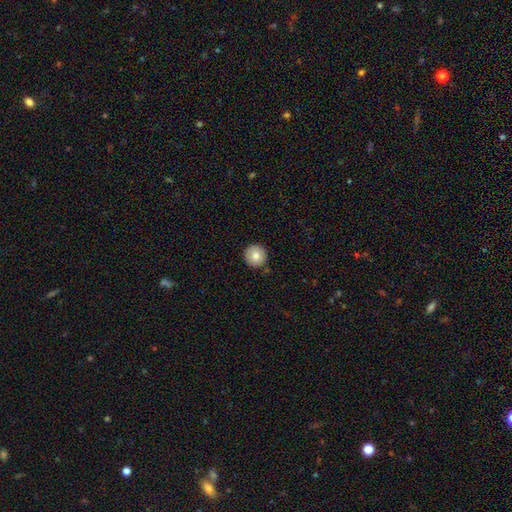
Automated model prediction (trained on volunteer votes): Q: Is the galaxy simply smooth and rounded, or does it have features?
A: smooth — 82%.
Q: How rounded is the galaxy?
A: round — 96%.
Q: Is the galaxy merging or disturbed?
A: none — 89%.